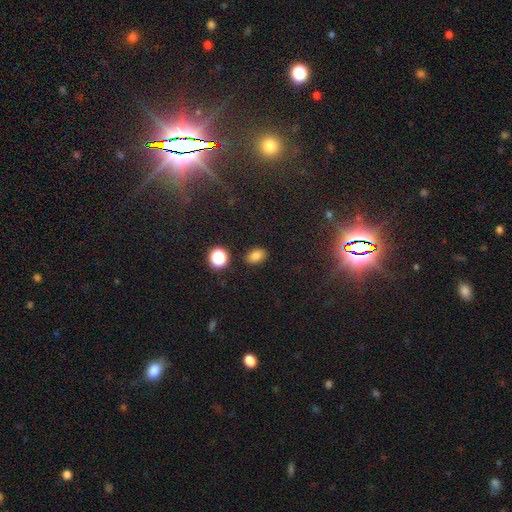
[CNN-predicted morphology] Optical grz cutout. It shows a smooth galaxy with no disk features (80%) that is in between round and cigar-shaped (82%). Merging: none (86%).